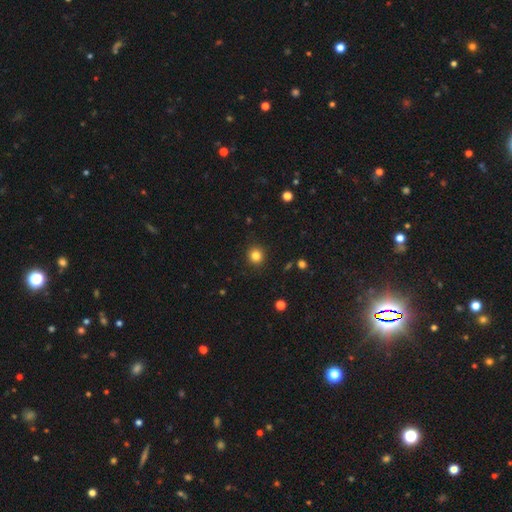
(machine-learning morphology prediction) smooth-or-featured: smooth: 83% | star or artifact: 12% | featured or disk: 5%
  how-rounded: round: 91% | in between: 8% | cigar-shaped: 1%
  merging: none: 91% | minor disturbance: 6% | major disturbance: 2% | merger: 1%